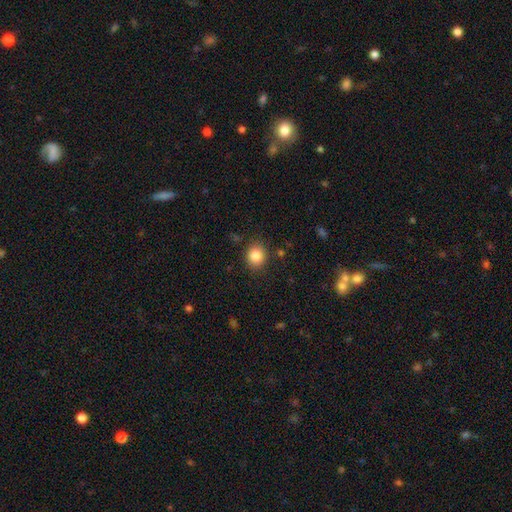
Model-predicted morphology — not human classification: smooth_or_featured: smooth (p=0.84) [alt: star or artifact p=0.10]
how_rounded: round (p=0.74) [alt: in between p=0.25]
merging: none (p=0.86) [alt: minor disturbance p=0.09]